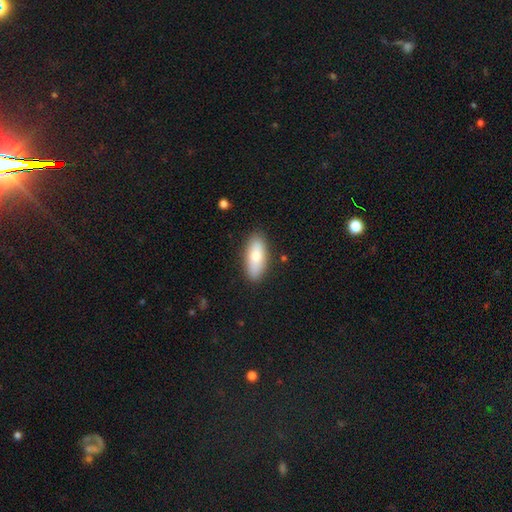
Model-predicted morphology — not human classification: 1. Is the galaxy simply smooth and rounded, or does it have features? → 76% smooth, 18% featured or disk, 6% star or artifact.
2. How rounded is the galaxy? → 80% in between, 17% cigar-shaped, 2% round.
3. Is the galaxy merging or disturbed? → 87% none, 9% minor disturbance, 2% major disturbance, 1% merger.